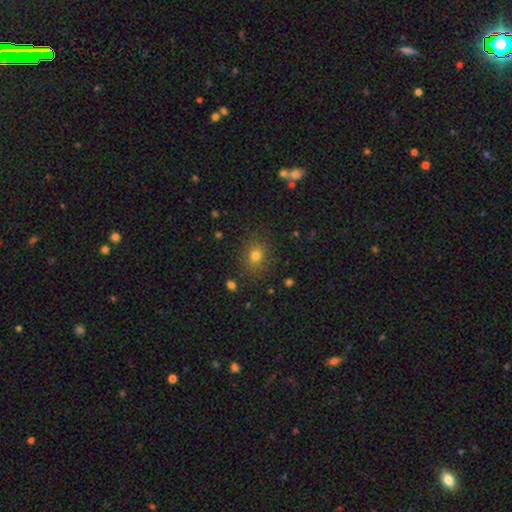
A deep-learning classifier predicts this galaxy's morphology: The model was most divided on "how rounded": round: 66%, in between: 33%, cigar-shaped: 1%. More confident: merging — none (86%); smooth or featured — smooth (77%).